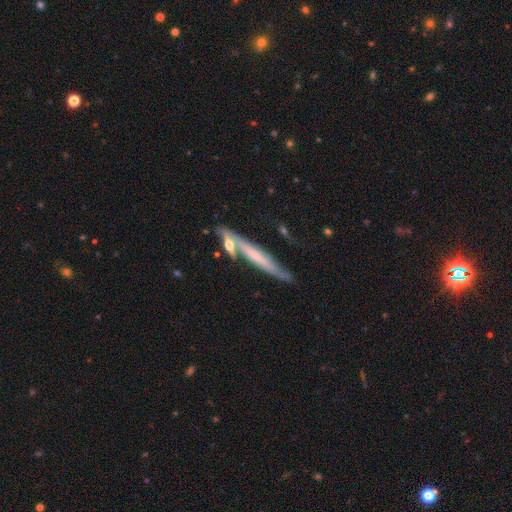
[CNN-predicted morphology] featured or disk 58%, smooth 35%, star or artifact 7%. Down the decision tree: edge-on disk — yes (83%); merging — none (52%).